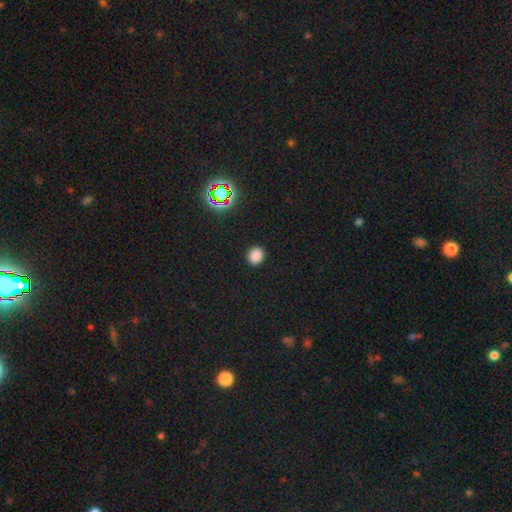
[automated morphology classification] smooth_or_featured: smooth (p=0.83) [alt: star or artifact p=0.14]
how_rounded: round (p=0.73) [alt: in between p=0.26]
merging: none (p=0.90) [alt: minor disturbance p=0.07]